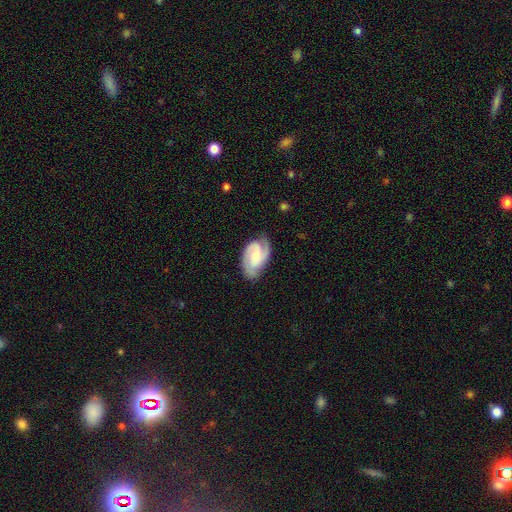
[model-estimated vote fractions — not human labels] Q: Smooth or featured?
A: featured or disk (79%); runner-up: smooth (15%)
Q: Edge-on disk?
A: no (97%); runner-up: yes (3%)
Q: Bar?
A: weak (45%); runner-up: no (40%)
Q: Spiral arms?
A: yes (97%); runner-up: no (3%)
Q: Spiral winding?
A: medium (46%); runner-up: tight (41%)
Q: Spiral arm count?
A: 2 (75%); runner-up: 3 (11%)
Q: Bulge size?
A: small (45%); runner-up: moderate (35%)
Q: Merging?
A: none (72%); runner-up: minor disturbance (20%)